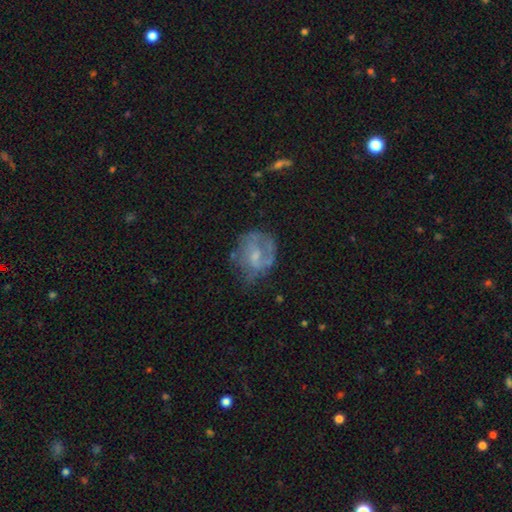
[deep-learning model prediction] Overall: featured or disk (61%; smooth 31%). Edge-on disk: no (97%). Bar: no (55%; weak 39%). Spiral arms: yes (64%; no 36%). Bulge size: small (49%; moderate 35%). Merging: none (50%; minor disturbance 26%).